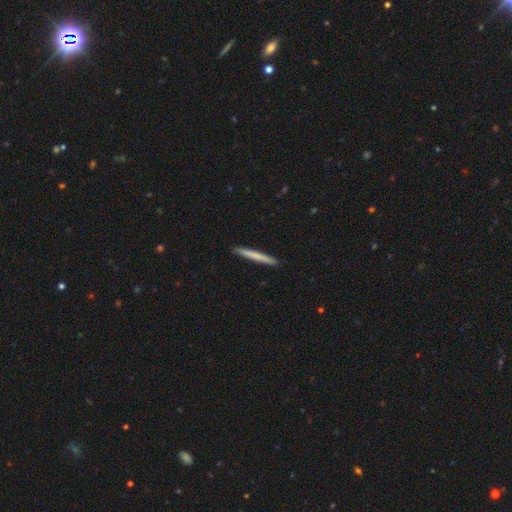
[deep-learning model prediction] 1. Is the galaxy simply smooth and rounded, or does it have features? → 67% smooth, 28% featured or disk, 5% star or artifact.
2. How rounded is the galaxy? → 97% cigar-shaped, 2% in between, 1% round.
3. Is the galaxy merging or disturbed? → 93% none, 5% minor disturbance, 1% major disturbance, 1% merger.